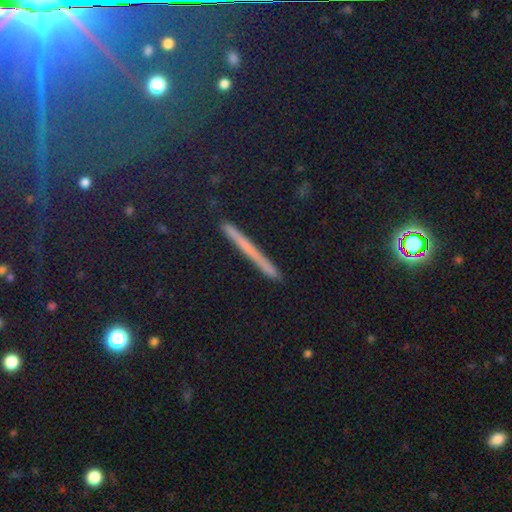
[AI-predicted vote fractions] smooth-or-featured: smooth: 44% | featured or disk: 28% | star or artifact: 28%
  merging: none: 90% | minor disturbance: 7% | major disturbance: 2% | merger: 2%